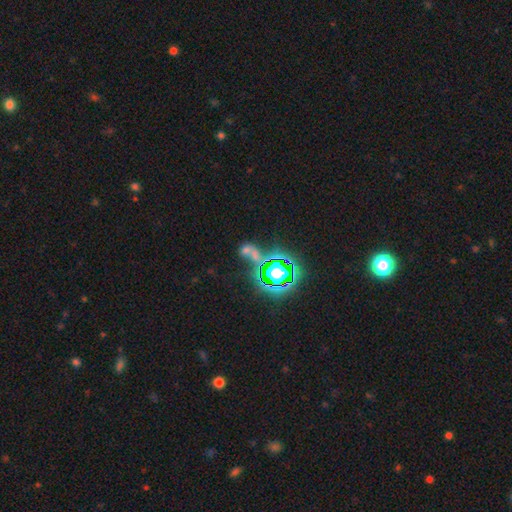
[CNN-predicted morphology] Smooth or featured? Predicted: star or artifact (p=0.59).